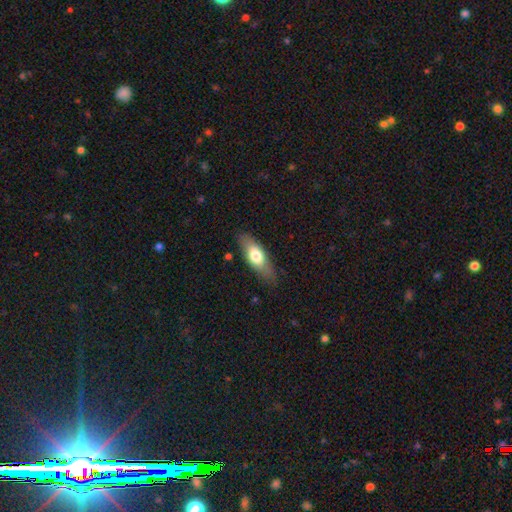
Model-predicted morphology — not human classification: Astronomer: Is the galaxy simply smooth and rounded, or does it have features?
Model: smooth — 67%.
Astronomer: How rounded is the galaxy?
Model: in between — 71%.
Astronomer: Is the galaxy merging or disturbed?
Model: none — 79%.